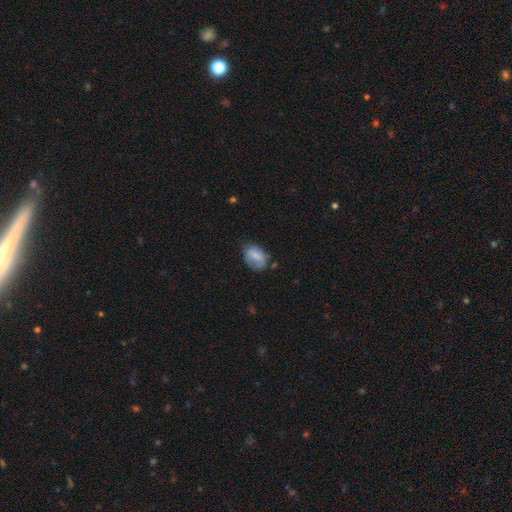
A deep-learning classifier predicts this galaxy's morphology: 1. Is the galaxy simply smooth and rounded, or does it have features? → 72% smooth, 20% featured or disk, 8% star or artifact.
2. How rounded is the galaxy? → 79% in between, 20% round, 1% cigar-shaped.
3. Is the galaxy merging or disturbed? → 53% none, 32% minor disturbance, 12% major disturbance, 3% merger.